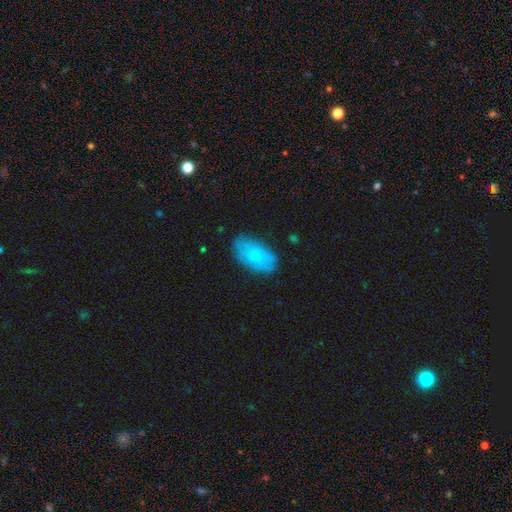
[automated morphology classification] A smooth galaxy with no disk features (70%) that is in between round and cigar-shaped (94%).

Vote fractions:
- Smooth or featured? smooth: 70% / featured or disk: 23% / star or artifact: 7%
- How rounded? in between: 94% / round: 3% / cigar-shaped: 2%
- Merging? none: 73% / minor disturbance: 20% / major disturbance: 6% / merger: 2%